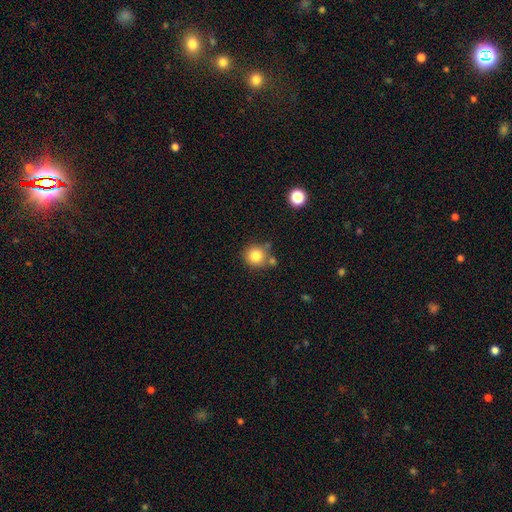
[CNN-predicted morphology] smooth-or-featured: smooth: 81% | star or artifact: 11% | featured or disk: 8%
  how-rounded: round: 89% | in between: 10% | cigar-shaped: 1%
  merging: none: 66% | minor disturbance: 15% | merger: 15% | major disturbance: 4%